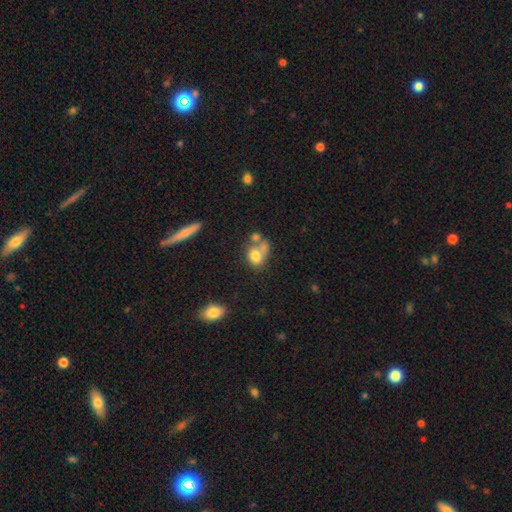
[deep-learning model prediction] smooth-or-featured: smooth: 74% | featured or disk: 15% | star or artifact: 11%
  how-rounded: in between: 54% | round: 45% | cigar-shaped: 2%
  merging: merger: 46% | none: 31% | minor disturbance: 13% | major disturbance: 9%